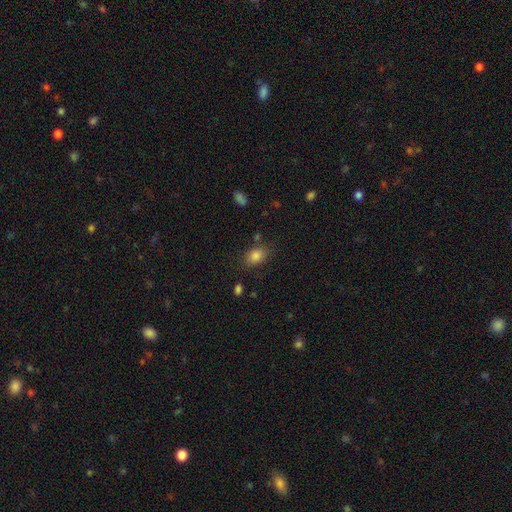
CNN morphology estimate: smooth-or-featured: smooth: 84% | star or artifact: 10% | featured or disk: 6%
  how-rounded: in between: 77% | round: 22% | cigar-shaped: 1%
  merging: none: 76% | minor disturbance: 15% | major disturbance: 5% | merger: 4%